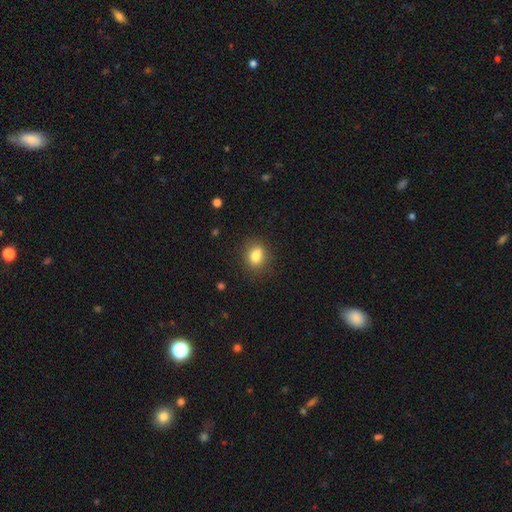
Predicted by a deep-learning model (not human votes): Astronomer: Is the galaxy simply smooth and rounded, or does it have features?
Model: smooth — 81%.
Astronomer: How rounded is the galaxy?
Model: in between — 60% (runner-up: round, 37%).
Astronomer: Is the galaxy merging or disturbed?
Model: none — 75%.